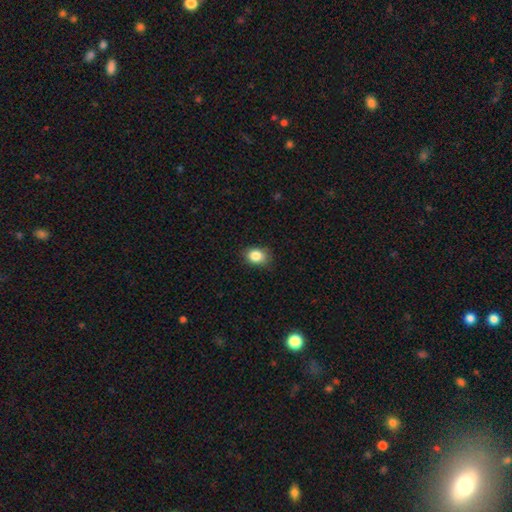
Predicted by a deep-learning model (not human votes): This appears to be a smooth galaxy with no disk features (85%) that is in between round and cigar-shaped (59%). Merging: none (83%).